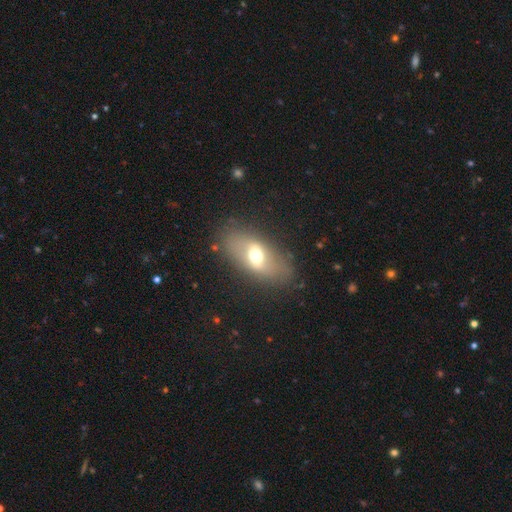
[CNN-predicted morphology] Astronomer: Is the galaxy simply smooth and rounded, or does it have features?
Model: featured or disk — 47% (runner-up: smooth, 44%).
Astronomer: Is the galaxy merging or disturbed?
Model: none — 80%.